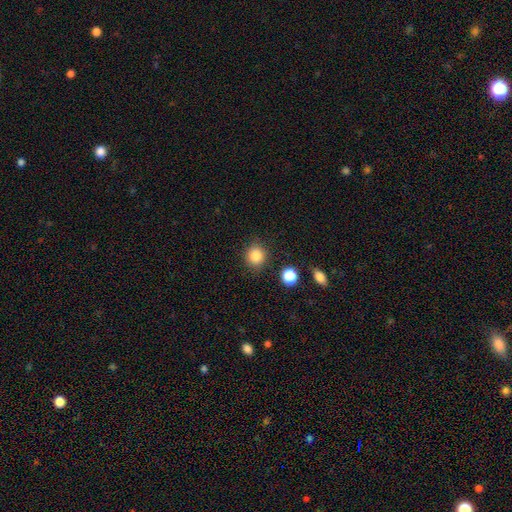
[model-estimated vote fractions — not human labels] Smooth or featured? Predicted: smooth (p=0.85). How rounded? Predicted: round (p=0.86). Merging? Predicted: none (p=0.87).